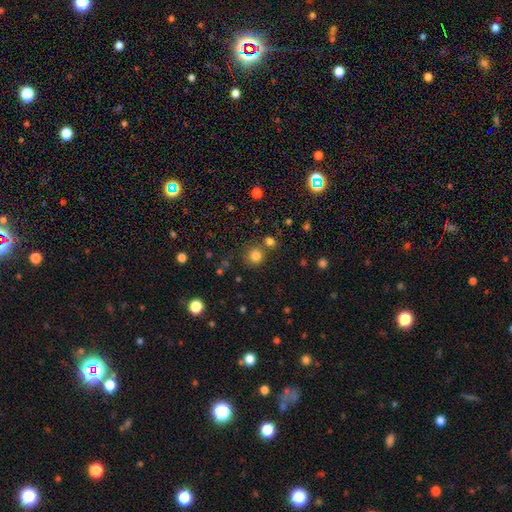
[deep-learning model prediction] Overall: smooth (80%). How rounded: round (91%). Merging: none (74%).